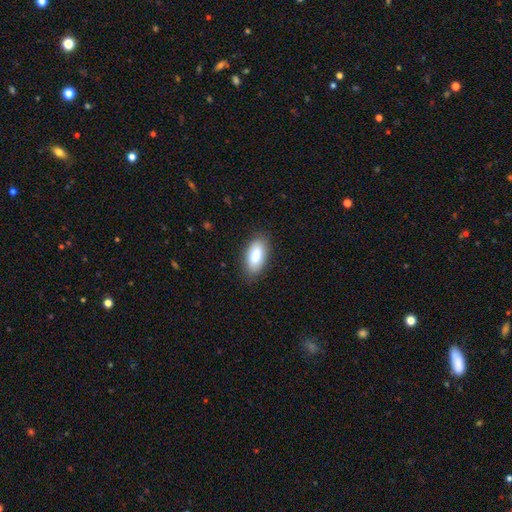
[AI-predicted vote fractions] smooth-or-featured: smooth: 85% | featured or disk: 9% | star or artifact: 7%
  how-rounded: in between: 91% | cigar-shaped: 6% | round: 3%
  merging: none: 84% | minor disturbance: 12% | major disturbance: 3% | merger: 1%